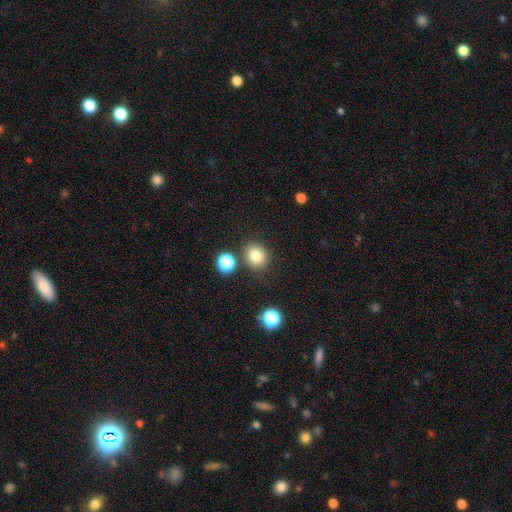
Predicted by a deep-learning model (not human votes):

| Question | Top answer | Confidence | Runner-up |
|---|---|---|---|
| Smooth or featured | smooth | 81% | star or artifact (12%) |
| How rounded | round | 74% | in between (26%) |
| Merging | none | 83% | minor disturbance (8%) |